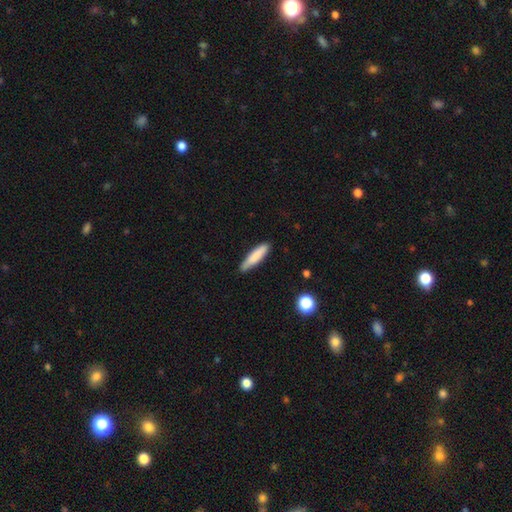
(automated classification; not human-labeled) smooth_or_featured: smooth (p=0.80) [alt: featured or disk p=0.14]
how_rounded: cigar-shaped (p=0.81) [alt: in between p=0.18]
merging: none (p=0.80) [alt: minor disturbance p=0.16]